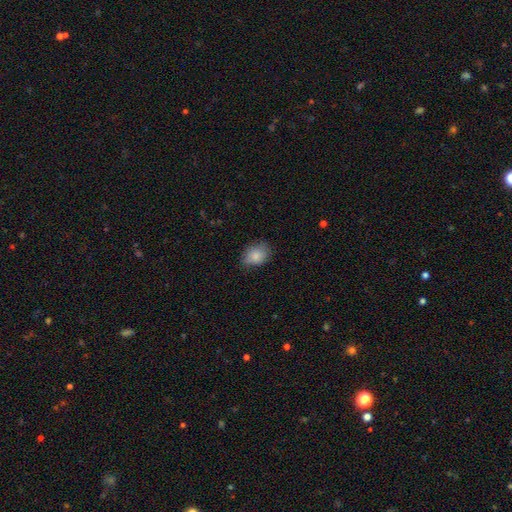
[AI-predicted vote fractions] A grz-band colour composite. It shows a smooth galaxy with no disk features (85%) that is in between round and cigar-shaped (70%). Merging: none (73%).